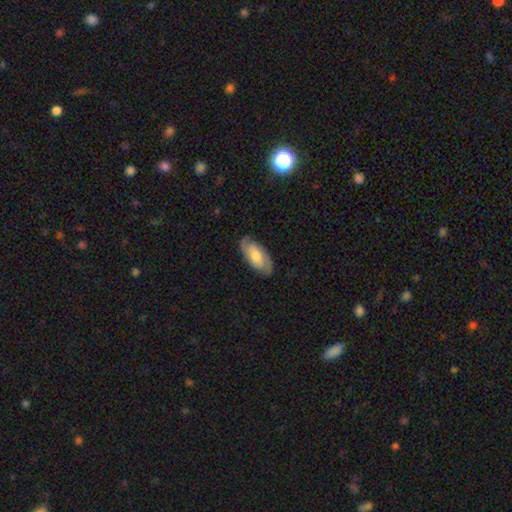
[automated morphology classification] featured or disk 56%, smooth 38%, star or artifact 6%. Down the decision tree: edge-on disk — no (91%); bar — no (59%); spiral arms — yes (83%); bulge size — moderate (54%); merging — none (83%).